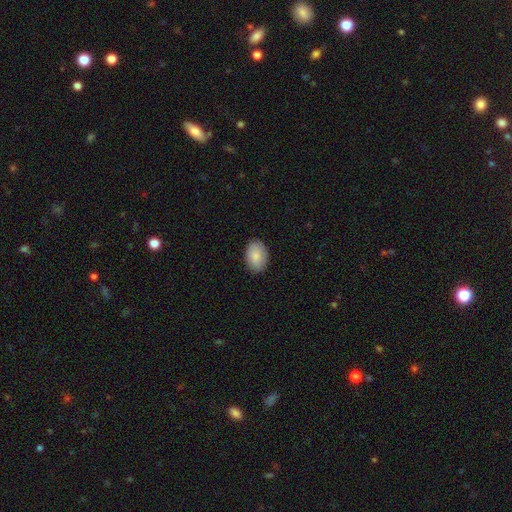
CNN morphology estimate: Q: Smooth or featured?
A: smooth (86%); runner-up: featured or disk (8%)
Q: How rounded?
A: in between (83%); runner-up: round (16%)
Q: Merging?
A: none (88%); runner-up: minor disturbance (9%)